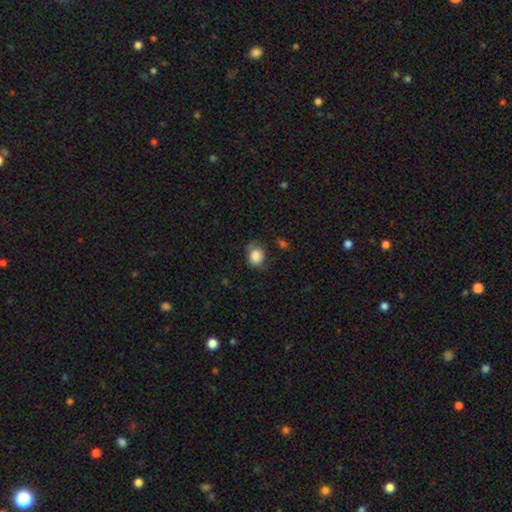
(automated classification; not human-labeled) Smooth or featured?
  - smooth: 84% *
  - star or artifact: 8%
  - featured or disk: 8%
How rounded?
  - round: 55% *
  - in between: 44%
  - cigar-shaped: 1%
Merging?
  - none: 61% *
  - minor disturbance: 28%
  - major disturbance: 9%
  - merger: 2%